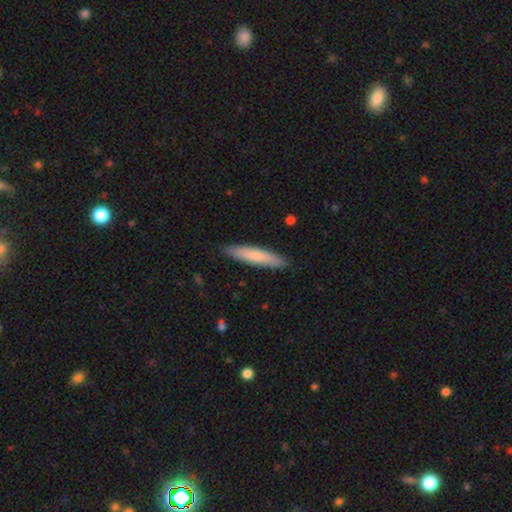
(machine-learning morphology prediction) A smooth galaxy with no disk features (77%) that is cigar-shaped (87%). Merging: none (89%).